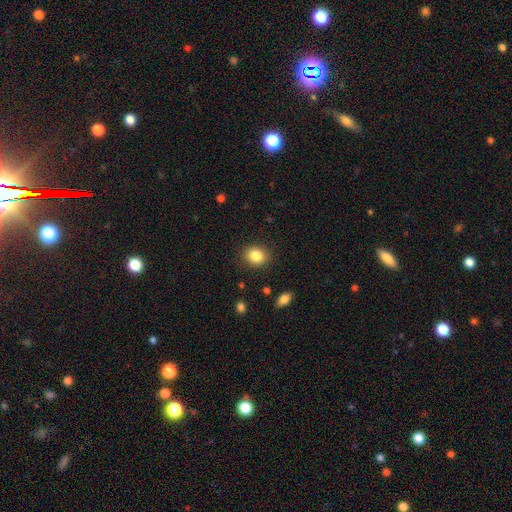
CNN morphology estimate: type=smooth (85%); roundness=round (53%); merging=none (88%).